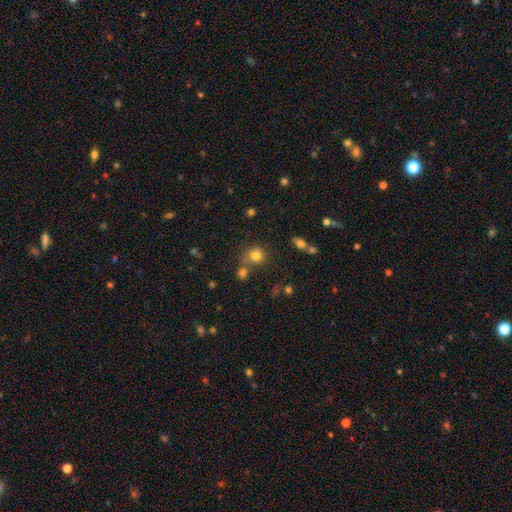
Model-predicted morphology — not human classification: Overall: smooth (78%). How rounded: round (84%). Merging: none (60%; merger 24%).